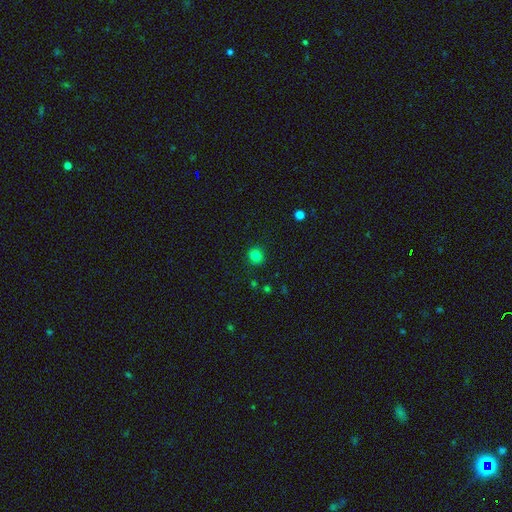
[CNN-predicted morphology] smooth-or-featured: smooth: 81% | star or artifact: 13% | featured or disk: 5%
  how-rounded: round: 86% | in between: 13% | cigar-shaped: 1%
  merging: none: 90% | minor disturbance: 7% | major disturbance: 2% | merger: 1%